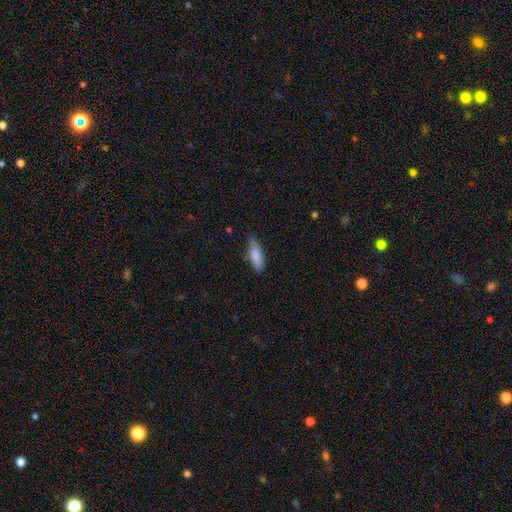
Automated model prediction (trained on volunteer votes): smooth 84%, featured or disk 10%, star or artifact 6%. Down the decision tree: how rounded — in between (66%); merging — none (67%).